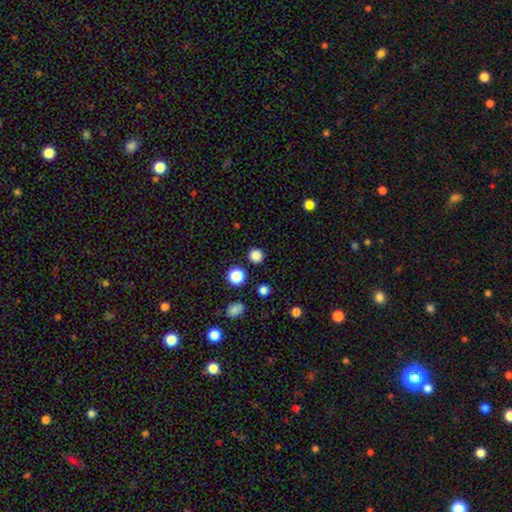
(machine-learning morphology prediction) type=smooth (83%); roundness=round (94%); merging=none (90%).